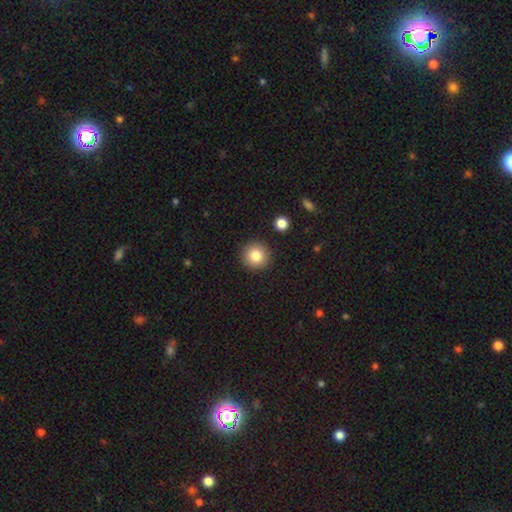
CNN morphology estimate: This is clearly a smooth galaxy (84%). How rounded: clearly round (94%). Merging: clearly none (90%).